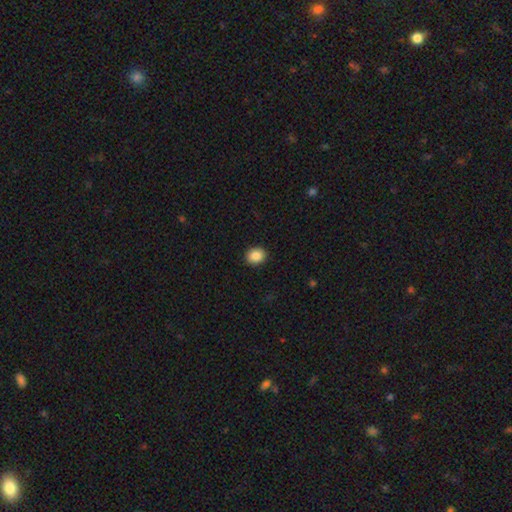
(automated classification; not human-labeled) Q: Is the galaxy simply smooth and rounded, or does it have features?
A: smooth — 88%.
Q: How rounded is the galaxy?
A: round — 58%.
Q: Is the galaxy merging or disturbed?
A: none — 91%.